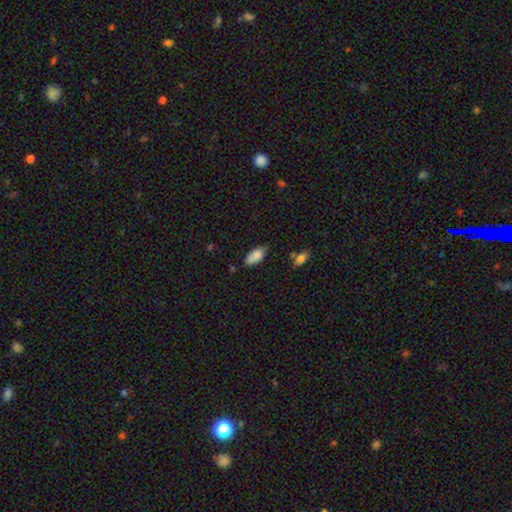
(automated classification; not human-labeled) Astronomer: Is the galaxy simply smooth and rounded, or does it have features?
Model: smooth — 85%.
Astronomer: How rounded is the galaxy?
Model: in between — 89%.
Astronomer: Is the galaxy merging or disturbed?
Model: none — 66%.